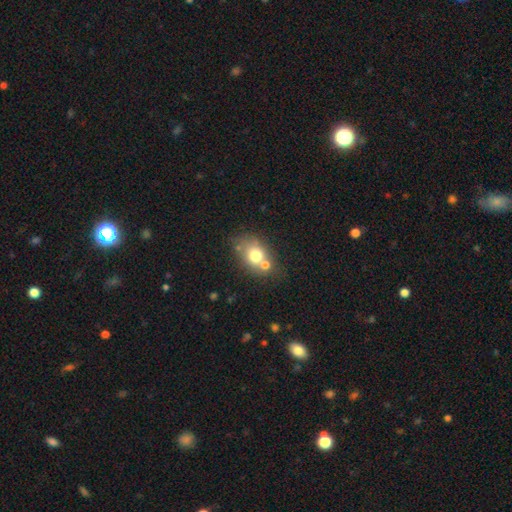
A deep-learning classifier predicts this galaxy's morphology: A smooth galaxy with no disk features (69%) that is in between round and cigar-shaped (57%).

Vote fractions:
- Smooth or featured? smooth: 69% / featured or disk: 20% / star or artifact: 11%
- How rounded? in between: 57% / round: 42% / cigar-shaped: 1%
- Merging? none: 50% / merger: 32% / minor disturbance: 13% / major disturbance: 5%